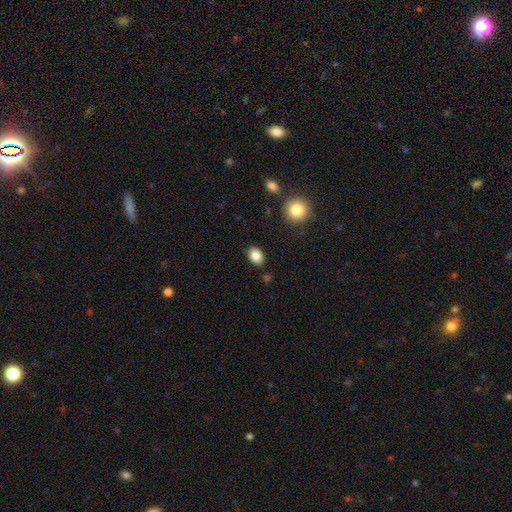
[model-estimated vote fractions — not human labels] Smooth or featured? smooth (86%)
How rounded? in between (72%)
Merging? none (86%)